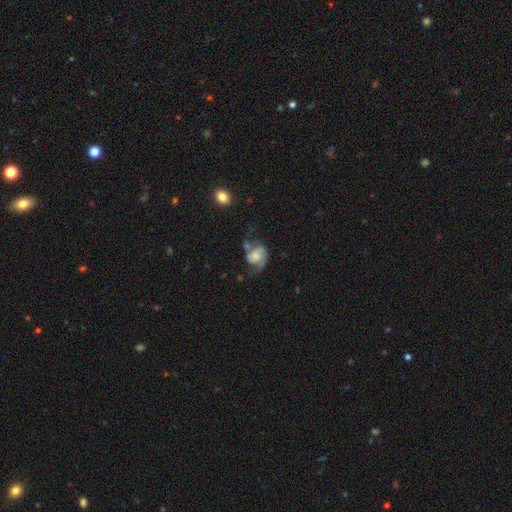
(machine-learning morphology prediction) Smooth or featured?
  - featured or disk: 72% *
  - smooth: 21%
  - star or artifact: 8%
Edge-on disk?
  - no: 98% *
  - yes: 2%
Bar?
  - no: 57% *
  - weak: 35%
  - strong: 8%
Spiral arms?
  - yes: 91% *
  - no: 9%
Spiral winding?
  - medium: 47% *
  - loose: 30%
  - tight: 22%
Spiral arm count?
  - 2: 83% *
  - can't tell: 7%
  - 1: 6%
  - 3: 2%
  - 4: 1%
  - more than 4: 1%
Bulge size?
  - small: 36% *
  - moderate: 35%
  - none: 15%
  - large: 11%
  - dominant: 3%
Merging?
  - none: 43% *
  - minor disturbance: 25%
  - major disturbance: 23%
  - merger: 9%